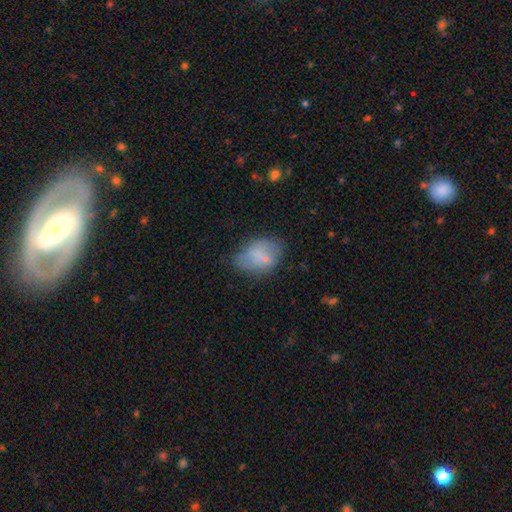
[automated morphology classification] Smooth or featured: smooth — 66% (featured or disk — 25%)
How rounded: in between — 82% (round — 17%)
Merging: none — 46% (minor disturbance — 31%)